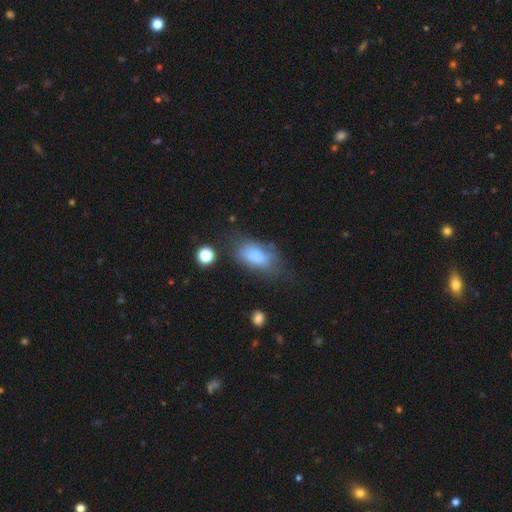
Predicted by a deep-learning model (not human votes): A smooth galaxy with no disk features (69%) that is in between round and cigar-shaped (90%). Merging: none (42%).